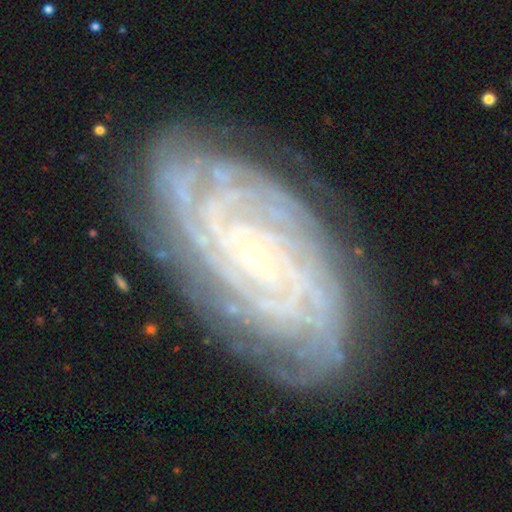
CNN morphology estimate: Q: Smooth or featured?
A: featured or disk (89%); runner-up: star or artifact (6%)
Q: Edge-on disk?
A: no (96%); runner-up: yes (4%)
Q: Bar?
A: no (67%); runner-up: weak (23%)
Q: Spiral arms?
A: yes (98%); runner-up: no (2%)
Q: Spiral winding?
A: tight (84%); runner-up: medium (14%)
Q: Spiral arm count?
A: more than 4 (28%); runner-up: can't tell (23%)
Q: Bulge size?
A: small (87%); runner-up: moderate (9%)
Q: Merging?
A: none (82%); runner-up: minor disturbance (13%)